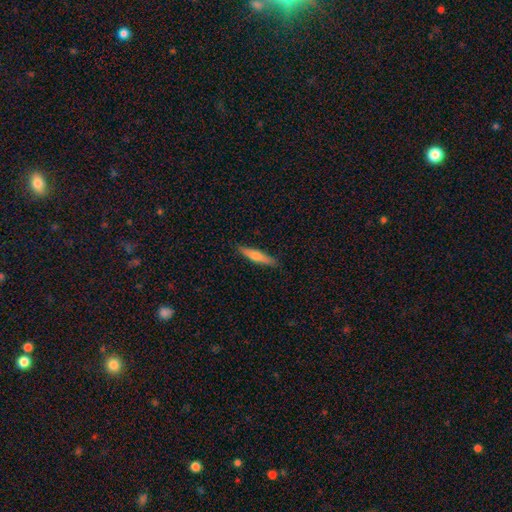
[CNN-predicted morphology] Q: Smooth or featured?
A: smooth (58%); runner-up: featured or disk (36%)
Q: How rounded?
A: cigar-shaped (88%); runner-up: in between (11%)
Q: Merging?
A: none (89%); runner-up: minor disturbance (8%)